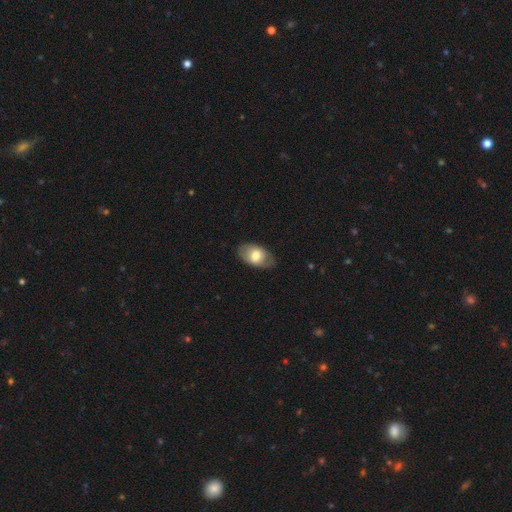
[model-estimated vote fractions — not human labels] Smooth or featured? smooth (66%)
How rounded? in between (91%)
Merging? none (80%)